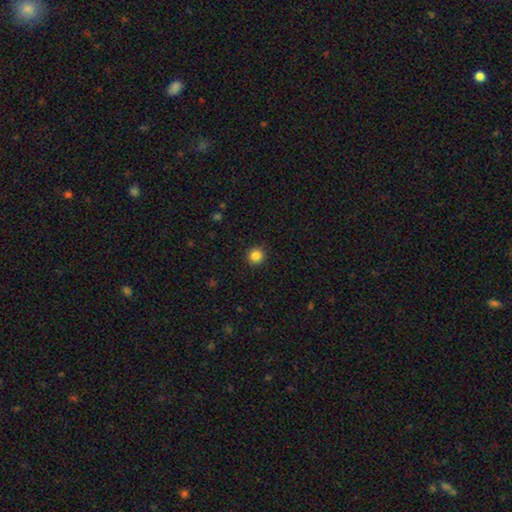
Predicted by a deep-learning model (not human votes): A smooth galaxy with no disk features (86%) that is round (94%). Merging: none (92%).